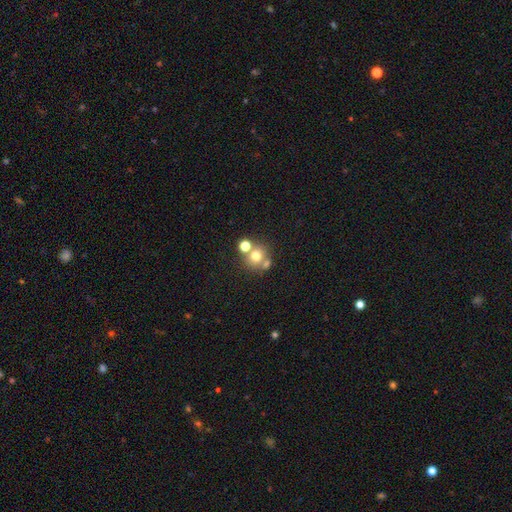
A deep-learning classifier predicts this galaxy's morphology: This is likely a smooth galaxy (69%). How rounded: clearly round (87%). Merging: possibly none (56%).